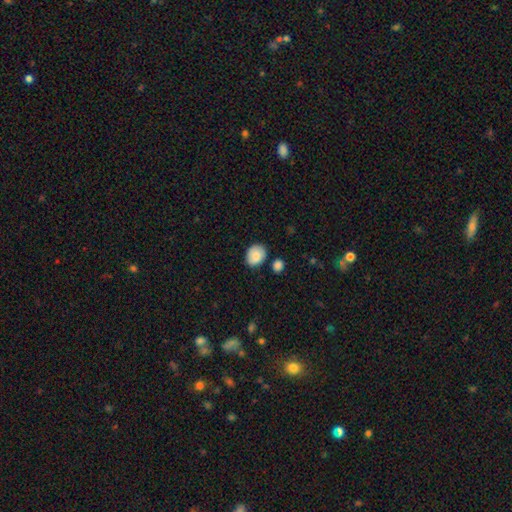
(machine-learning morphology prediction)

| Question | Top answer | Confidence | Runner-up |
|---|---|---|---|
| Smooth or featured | smooth | 81% | featured or disk (11%) |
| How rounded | in between | 50% | round (49%) |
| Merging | none | 74% | minor disturbance (16%) |